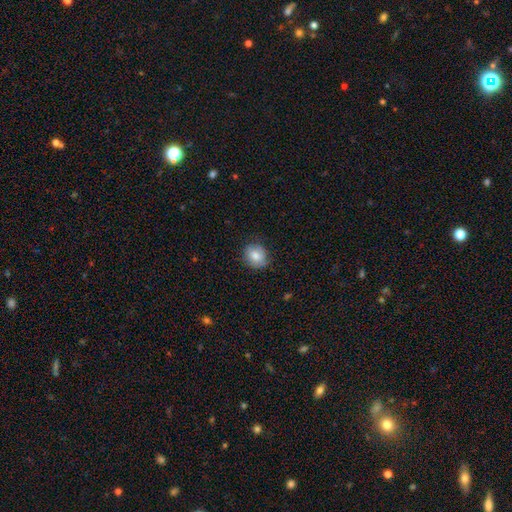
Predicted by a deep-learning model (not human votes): The model was most divided on "how rounded": round: 72%, in between: 27%, cigar-shaped: 1%. More confident: smooth or featured — smooth (78%); merging — none (77%).